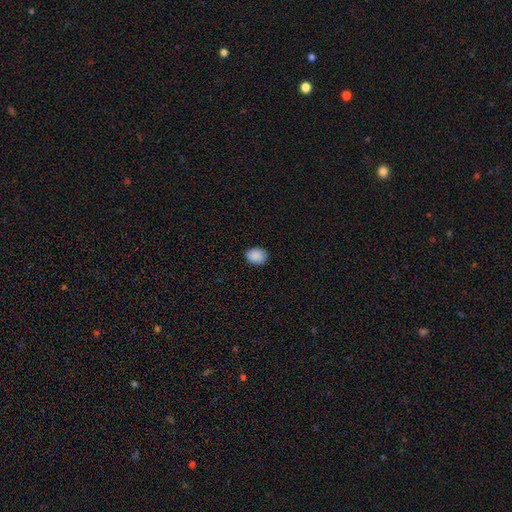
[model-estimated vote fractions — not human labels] Morphology: type=smooth (89%); roundness=in between (51%); merging=none (85%).